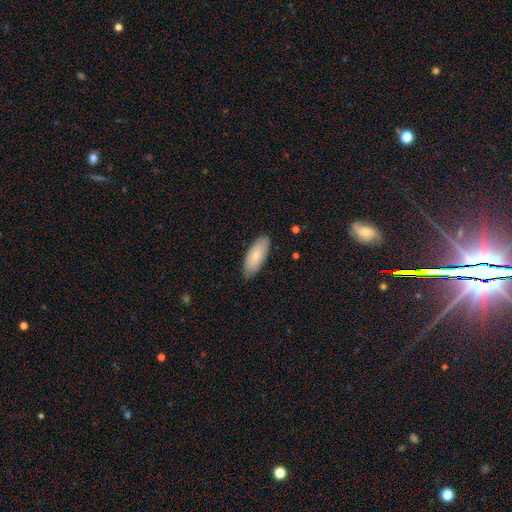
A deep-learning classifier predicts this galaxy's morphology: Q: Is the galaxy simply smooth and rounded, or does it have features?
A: smooth — 78%.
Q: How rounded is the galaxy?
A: in between — 83%.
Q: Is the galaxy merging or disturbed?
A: none — 82%.